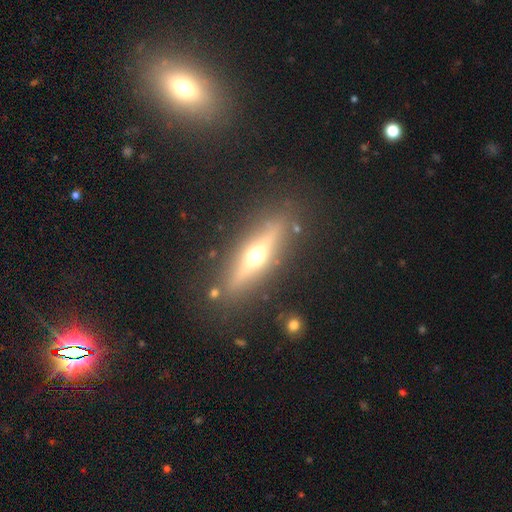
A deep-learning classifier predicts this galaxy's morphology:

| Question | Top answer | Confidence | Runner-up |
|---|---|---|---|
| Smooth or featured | featured or disk | 67% | smooth (25%) |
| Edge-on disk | yes | 92% | no (8%) |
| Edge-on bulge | rounded | 95% | boxy (2%) |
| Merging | none | 85% | minor disturbance (9%) |